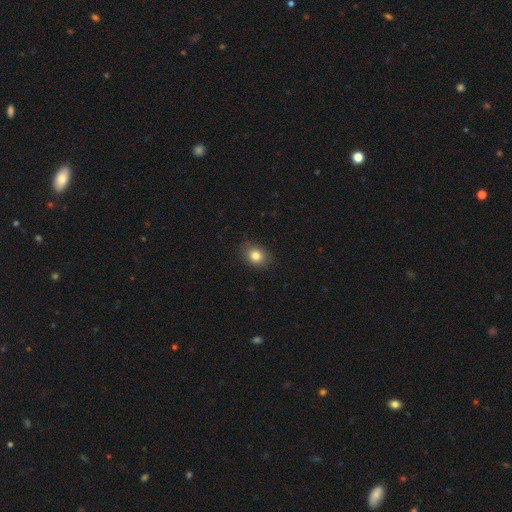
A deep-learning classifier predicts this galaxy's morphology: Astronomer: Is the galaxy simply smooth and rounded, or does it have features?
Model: smooth — 82%.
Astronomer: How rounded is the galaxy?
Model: round — 50% (runner-up: in between, 49%).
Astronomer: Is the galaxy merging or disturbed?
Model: none — 85%.